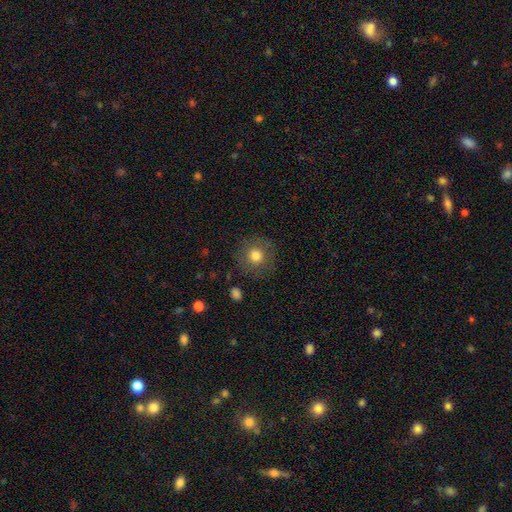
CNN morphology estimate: Smooth or featured? smooth (77%)
How rounded? round (93%)
Merging? none (85%)